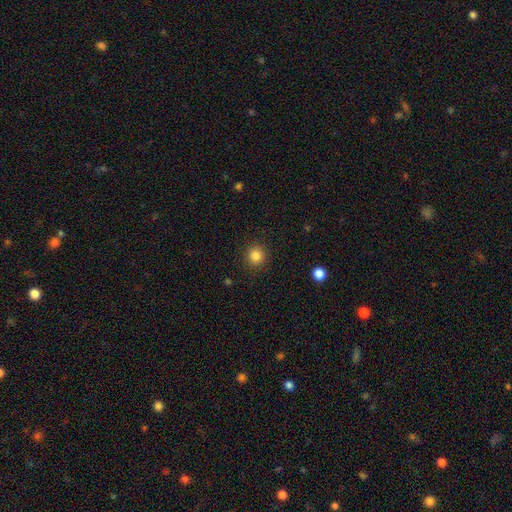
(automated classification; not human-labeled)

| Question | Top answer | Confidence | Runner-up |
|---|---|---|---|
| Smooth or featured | smooth | 84% | star or artifact (12%) |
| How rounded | round | 93% | in between (6%) |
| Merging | none | 91% | minor disturbance (6%) |